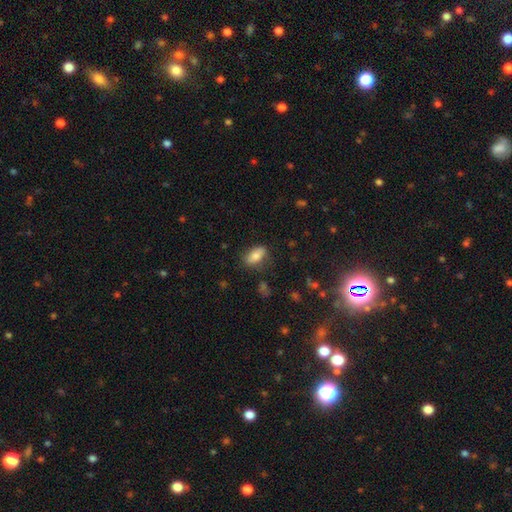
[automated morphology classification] A smooth galaxy with no disk features (78%) that is in between round and cigar-shaped (87%). Merging: none (77%).